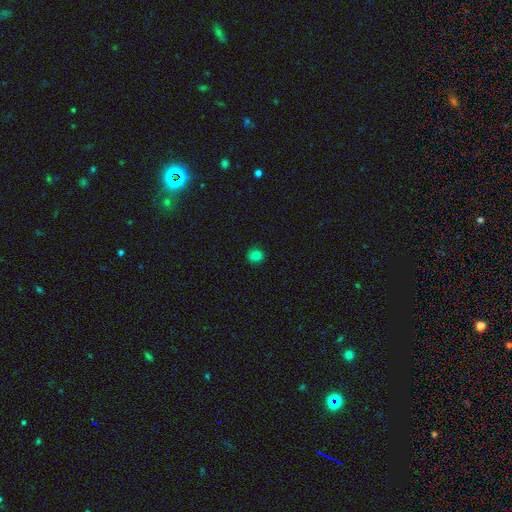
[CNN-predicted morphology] Smooth or featured?
  - smooth: 82% *
  - star or artifact: 15%
  - featured or disk: 3%
How rounded?
  - round: 86% *
  - in between: 13%
  - cigar-shaped: 1%
Merging?
  - none: 89% *
  - minor disturbance: 8%
  - major disturbance: 2%
  - merger: 1%